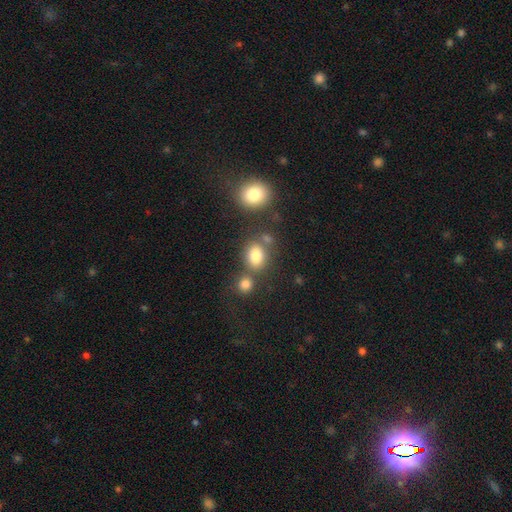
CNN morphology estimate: A smooth galaxy with no disk features (80%) that is in between round and cigar-shaped (52%).

Vote fractions:
- Smooth or featured? smooth: 80% / star or artifact: 12% / featured or disk: 8%
- How rounded? in between: 52% / round: 47% / cigar-shaped: 1%
- Merging? none: 61% / merger: 22% / minor disturbance: 12% / major disturbance: 5%